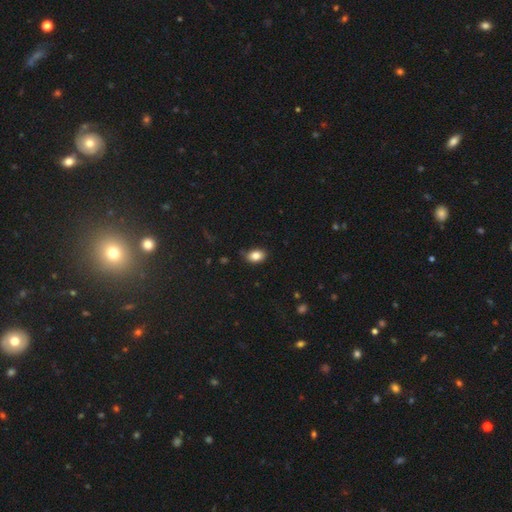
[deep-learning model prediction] This appears to be a smooth galaxy with no disk features (84%) that is in between round and cigar-shaped (85%). Merging: none (77%).